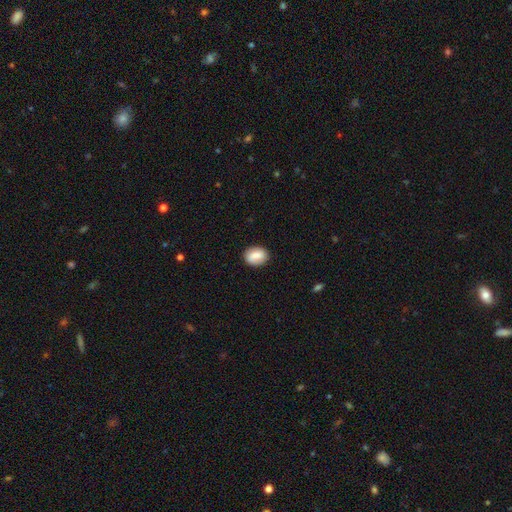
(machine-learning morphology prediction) A smooth galaxy with no disk features (79%) that is in between round and cigar-shaped (59%). Merging: none (86%).